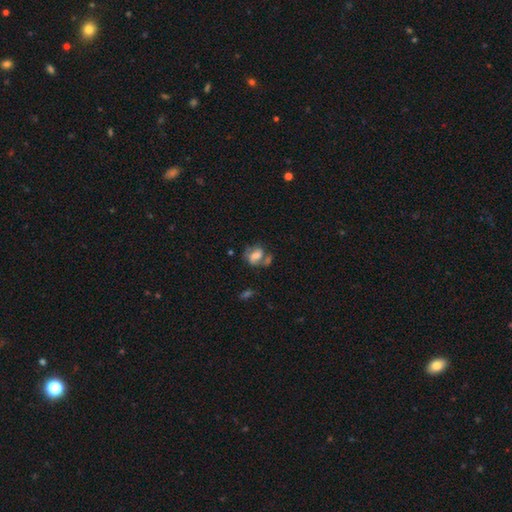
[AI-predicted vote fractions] A smooth galaxy with no disk features (50%) that is in between round and cigar-shaped (67%).

Vote fractions:
- Smooth or featured? smooth: 50% / featured or disk: 39% / star or artifact: 10%
- How rounded? in between: 67% / round: 31% / cigar-shaped: 2%
- Merging? none: 35% / merger: 26% / minor disturbance: 20% / major disturbance: 19%